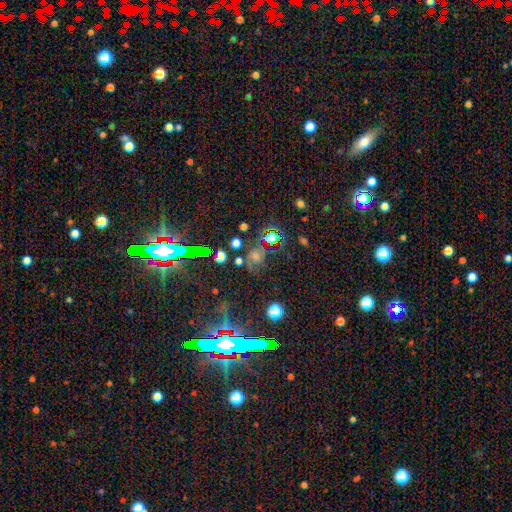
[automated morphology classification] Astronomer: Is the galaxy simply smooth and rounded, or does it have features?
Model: star or artifact — 65%.